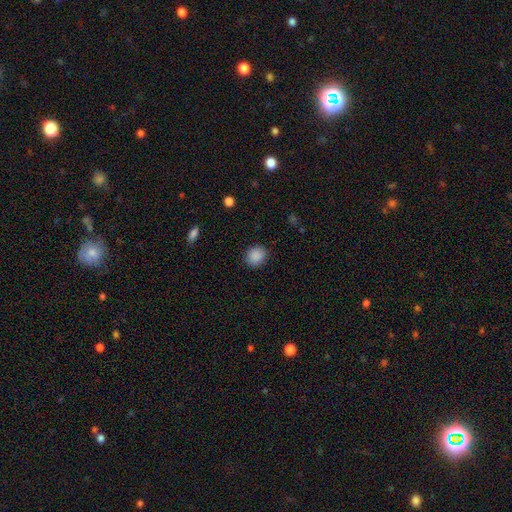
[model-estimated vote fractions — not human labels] Q: Smooth or featured?
A: smooth (89%); runner-up: star or artifact (9%)
Q: How rounded?
A: round (78%); runner-up: in between (21%)
Q: Merging?
A: none (88%); runner-up: minor disturbance (8%)